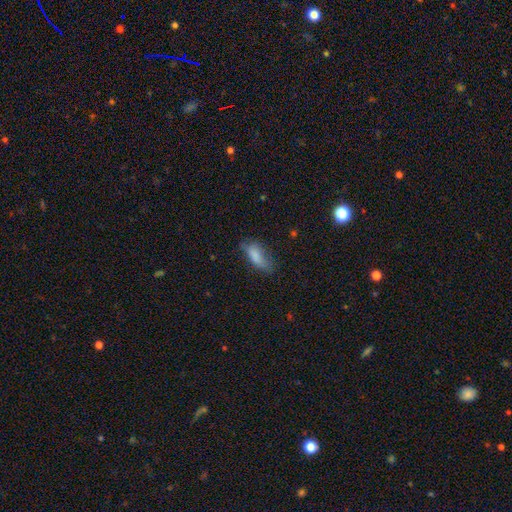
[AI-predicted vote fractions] Morphology: type=smooth (79%); roundness=in between (77%); merging=none (50%).